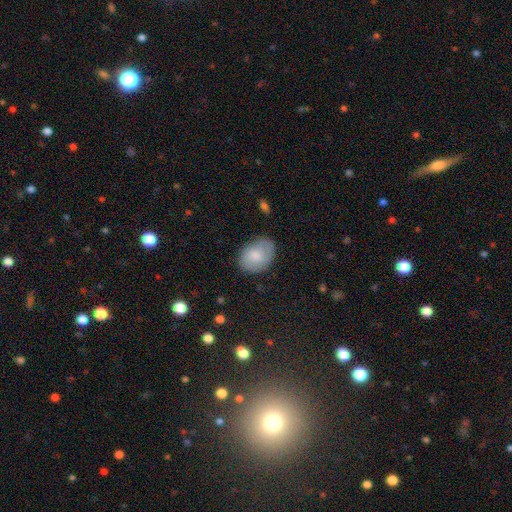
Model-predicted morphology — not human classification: Smooth or featured: smooth — 78% (featured or disk — 16%)
How rounded: in between — 76% (round — 23%)
Merging: none — 73% (minor disturbance — 20%)